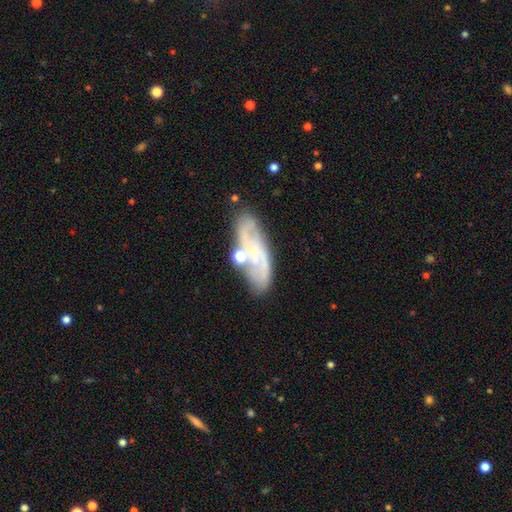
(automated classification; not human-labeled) Smooth or featured? Predicted: featured or disk (p=0.69). Edge-on disk? Predicted: no (p=0.86). Bar? Predicted: no (p=0.56). Spiral arms? Predicted: yes (p=0.85). Spiral winding? Predicted: medium (p=0.39). Spiral arm count? Predicted: 2 (p=0.58). Bulge size? Predicted: small (p=0.58). Merging? Predicted: none (p=0.67).